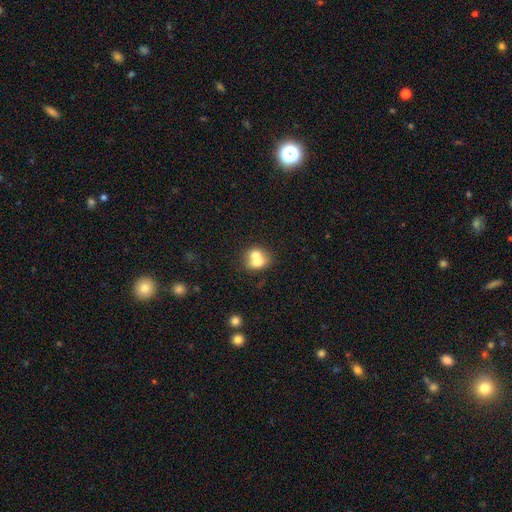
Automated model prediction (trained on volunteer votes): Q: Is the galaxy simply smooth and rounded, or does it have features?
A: smooth — 66%.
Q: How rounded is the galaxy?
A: round — 60%.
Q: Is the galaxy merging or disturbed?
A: merger — 65%.